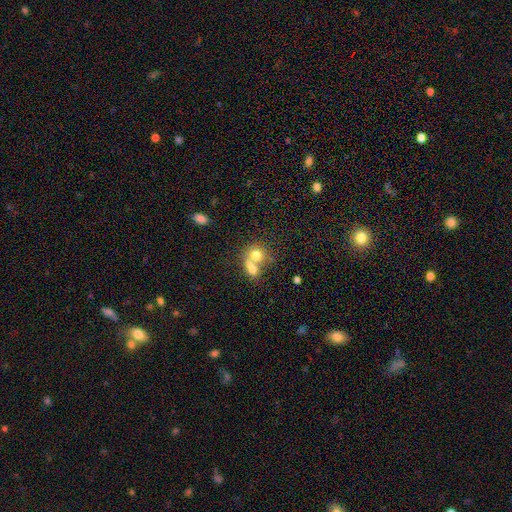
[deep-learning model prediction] Morphology: type=smooth (72%); roundness=round (65%); merging=merger (63%).